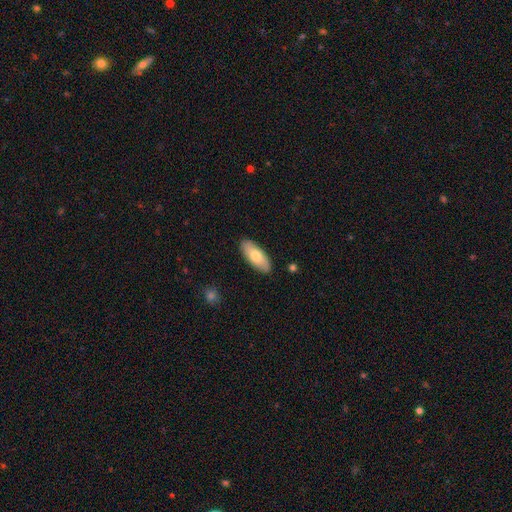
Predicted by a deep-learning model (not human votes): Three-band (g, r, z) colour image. It shows a smooth galaxy with no disk features (73%) that is in between round and cigar-shaped (84%). Merging: none (88%).